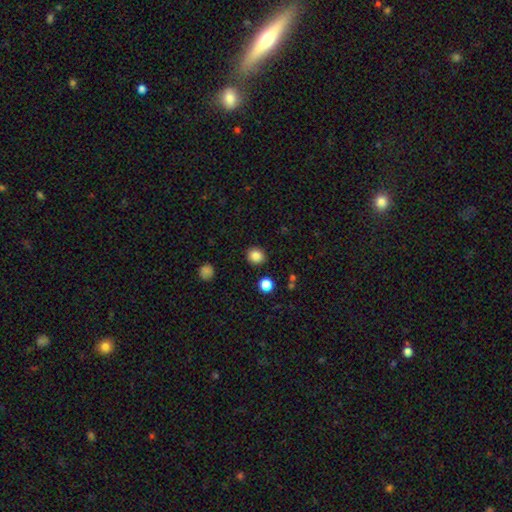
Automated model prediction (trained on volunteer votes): smooth-or-featured: smooth: 85% | star or artifact: 11% | featured or disk: 4%
  how-rounded: round: 86% | in between: 13% | cigar-shaped: 1%
  merging: none: 90% | minor disturbance: 6% | major disturbance: 2% | merger: 2%